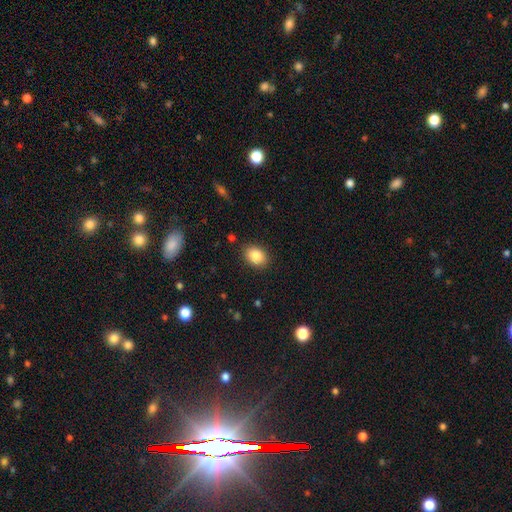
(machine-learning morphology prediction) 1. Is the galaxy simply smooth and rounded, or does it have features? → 85% smooth, 9% star or artifact, 6% featured or disk.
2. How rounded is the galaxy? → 68% in between, 31% round, 1% cigar-shaped.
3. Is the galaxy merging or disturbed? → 88% none, 9% minor disturbance, 2% major disturbance, 1% merger.